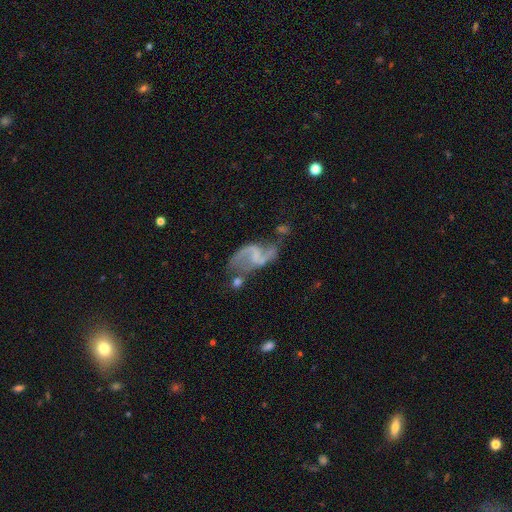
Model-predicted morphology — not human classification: This is clearly a featured or disk galaxy (86%). It is clearly not viewed edge-on (98%). Bar: possibly weak (48%). Spiral arm pattern: clearly yes (94%). Spiral arm count: clearly 2 (91%). Spiral winding: likely loose (67%). Central bulge: possibly none (57%). Merging: possibly none (50%).